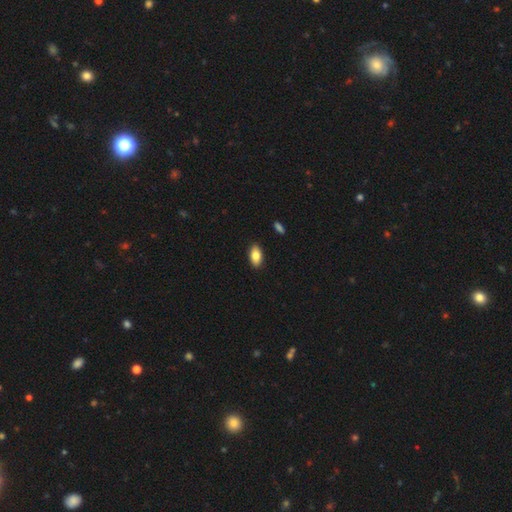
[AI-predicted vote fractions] Smooth or featured?
  - smooth: 82% *
  - featured or disk: 12%
  - star or artifact: 7%
How rounded?
  - in between: 92% *
  - cigar-shaped: 4%
  - round: 4%
Merging?
  - none: 90% *
  - minor disturbance: 7%
  - major disturbance: 2%
  - merger: 1%